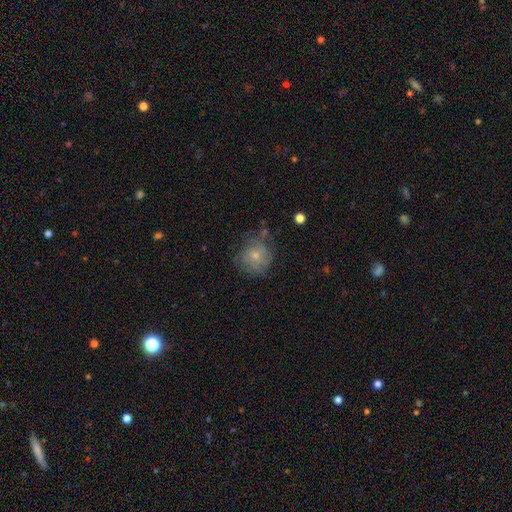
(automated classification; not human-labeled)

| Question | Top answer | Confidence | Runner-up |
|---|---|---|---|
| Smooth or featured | smooth | 62% | featured or disk (29%) |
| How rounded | round | 87% | in between (12%) |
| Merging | none | 60% | minor disturbance (25%) |